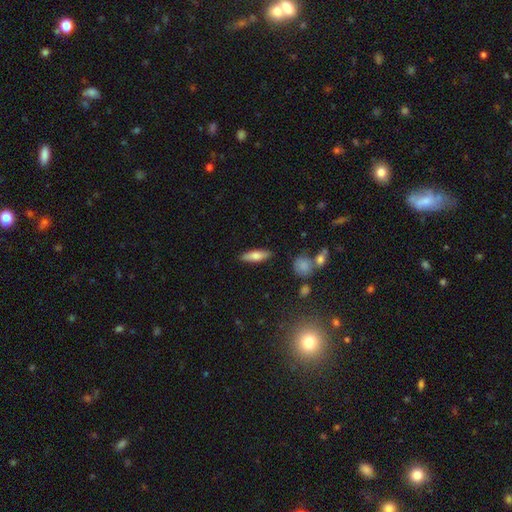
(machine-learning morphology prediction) Smooth or featured?
  - smooth: 70% *
  - featured or disk: 23%
  - star or artifact: 7%
How rounded?
  - cigar-shaped: 51% *
  - in between: 47%
  - round: 3%
Merging?
  - none: 87% *
  - minor disturbance: 9%
  - major disturbance: 2%
  - merger: 2%